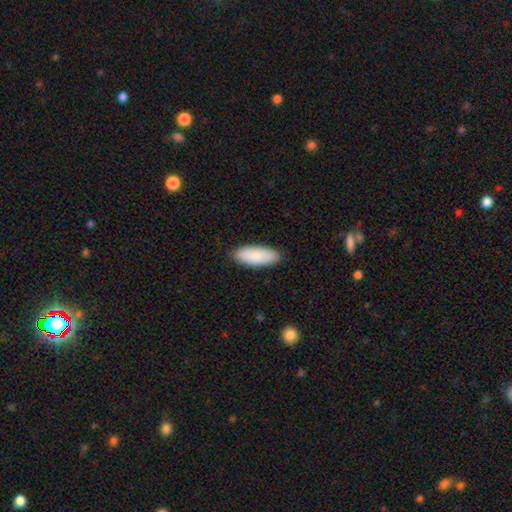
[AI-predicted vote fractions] Smooth or featured? Predicted: smooth (p=0.89). How rounded? Predicted: in between (p=0.77). Merging? Predicted: none (p=0.89).